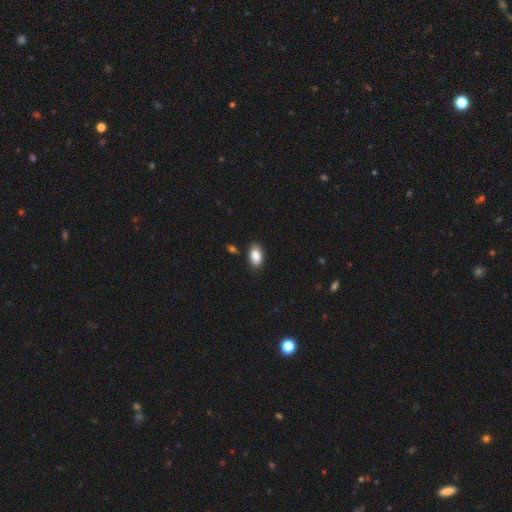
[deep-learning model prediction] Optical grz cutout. It shows a smooth galaxy with no disk features (88%) that is in between round and cigar-shaped (92%). Merging: none (85%).